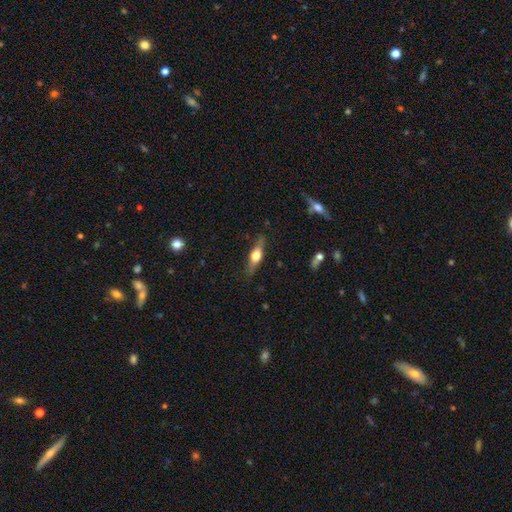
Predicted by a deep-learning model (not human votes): smooth-or-featured: featured or disk: 51% | smooth: 43% | star or artifact: 6%
  disk-edge-on: yes: 90% | no: 10%
  merging: none: 83% | minor disturbance: 12% | major disturbance: 3% | merger: 1%